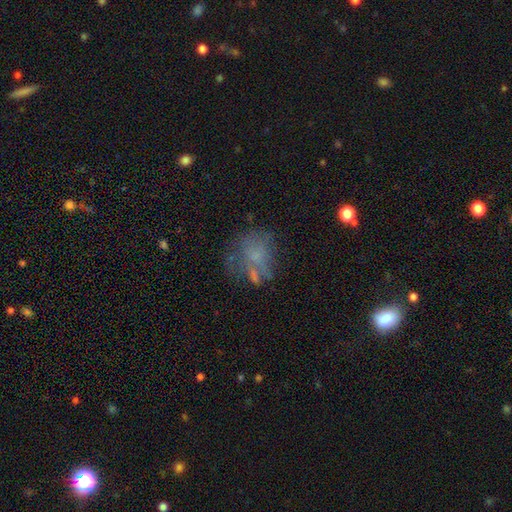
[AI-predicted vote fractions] Smooth or featured? Predicted: smooth (p=0.43). Merging? Predicted: none (p=0.45).